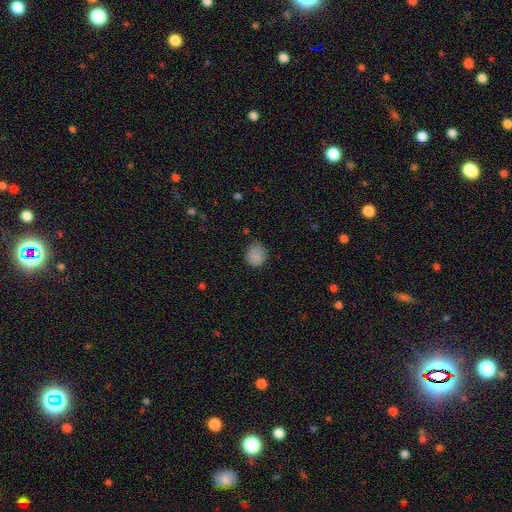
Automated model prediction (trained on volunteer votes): This appears to be a smooth galaxy with no disk features (85%) that is round (84%). Merging: none (79%).